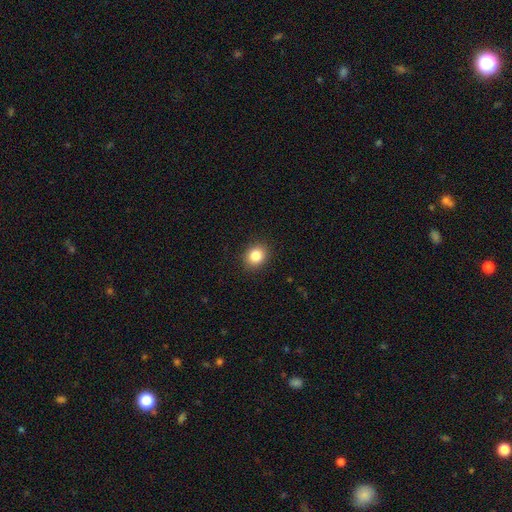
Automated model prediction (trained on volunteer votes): A smooth galaxy with no disk features (85%) that is round (67%). Merging: none (90%).